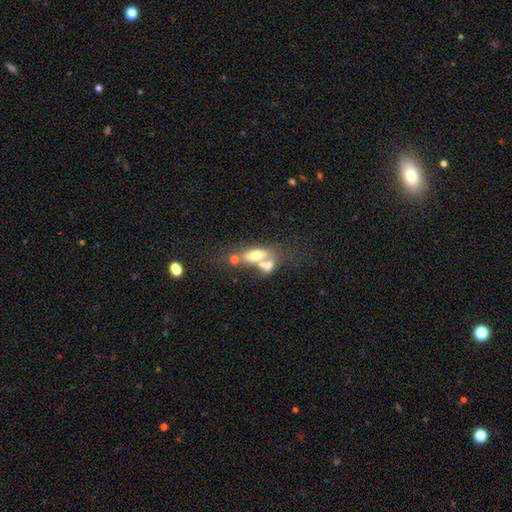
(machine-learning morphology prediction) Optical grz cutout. It shows a smooth galaxy with no disk features (51%) that is in between round and cigar-shaped (65%). Merging: merger (52%).